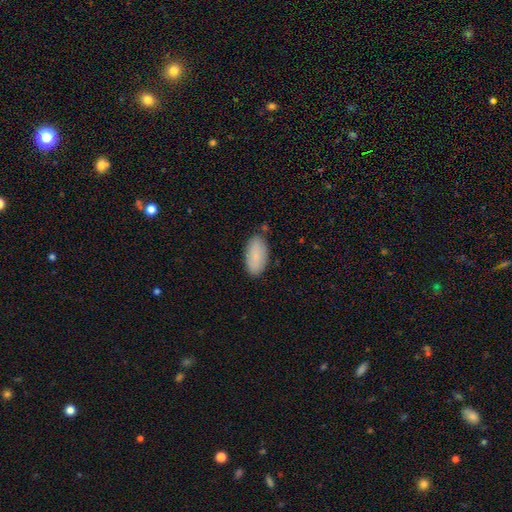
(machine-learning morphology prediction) Smooth or featured? Predicted: smooth (p=0.85). How rounded? Predicted: in between (p=0.94). Merging? Predicted: none (p=0.82).